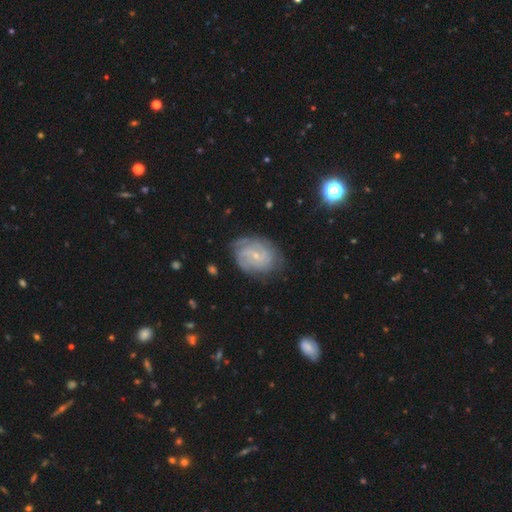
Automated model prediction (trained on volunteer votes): Smooth or featured: featured or disk — 77% (smooth — 16%)
Edge-on disk: no — 97% (yes — 3%)
Bar: no — 57% (weak — 37%)
Spiral arms: yes — 92% (no — 8%)
Spiral winding: tight — 60% (medium — 31%)
Spiral arm count: can't tell — 38% (2 — 27%)
Bulge size: small — 79% (moderate — 16%)
Merging: none — 69% (minor disturbance — 22%)